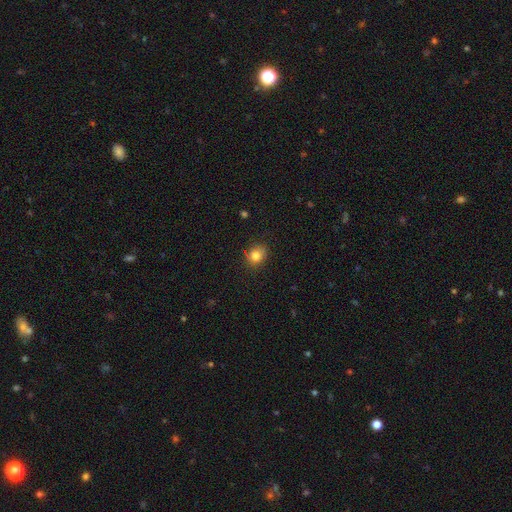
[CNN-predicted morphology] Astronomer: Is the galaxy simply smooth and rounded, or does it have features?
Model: smooth — 83%.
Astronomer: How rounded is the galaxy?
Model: round — 68%.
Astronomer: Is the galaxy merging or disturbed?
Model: none — 83%.